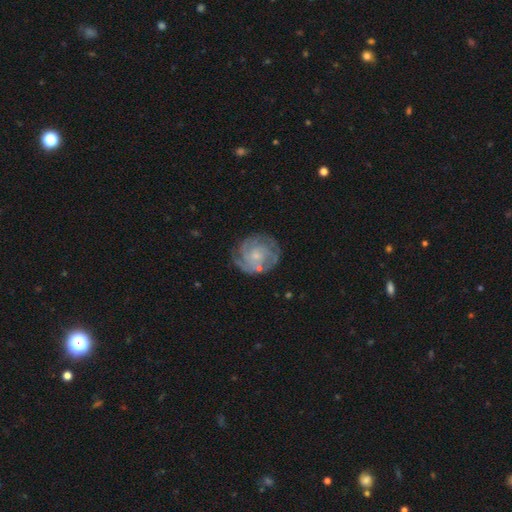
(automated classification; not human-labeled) featured or disk 78%, smooth 16%, star or artifact 6%. Down the decision tree: edge-on disk — no (98%); bar — no (74%); spiral arms — yes (92%); spiral arm count — can't tell (34%); spiral winding — tight (68%); bulge size — small (64%); merging — none (72%).